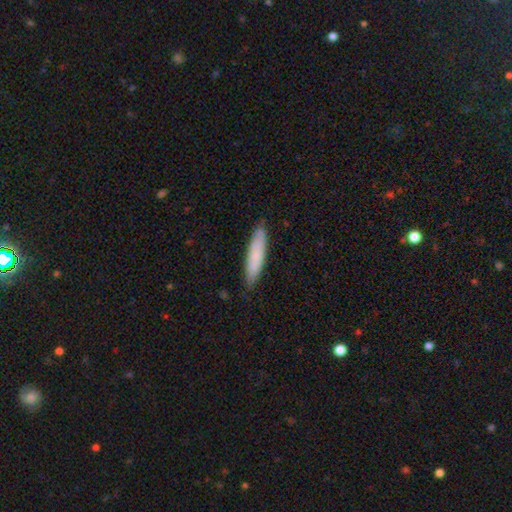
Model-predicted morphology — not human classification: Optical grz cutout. It shows a smooth galaxy with no disk features (79%) that is cigar-shaped (83%). Merging: none (85%).